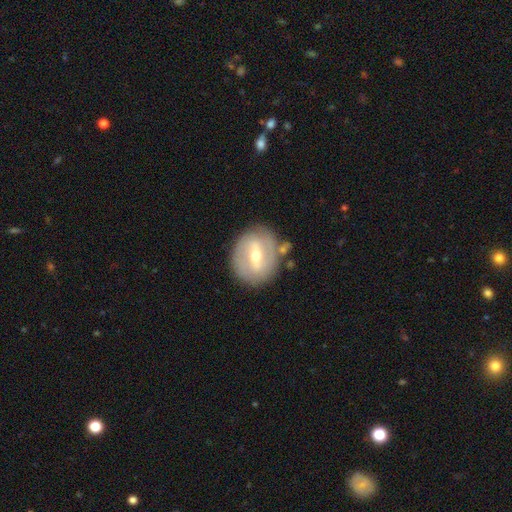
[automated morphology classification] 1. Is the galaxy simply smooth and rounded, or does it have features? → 68% featured or disk, 26% smooth, 6% star or artifact.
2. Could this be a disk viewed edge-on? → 93% no, 7% yes.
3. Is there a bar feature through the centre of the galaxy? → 46% strong, 41% weak, 13% no.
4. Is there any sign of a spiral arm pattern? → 52% yes, 48% no.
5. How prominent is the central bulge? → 63% moderate, 32% small, 3% large, 1% dominant, 1% none.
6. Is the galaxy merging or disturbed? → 79% none, 13% minor disturbance, 4% merger, 4% major disturbance.